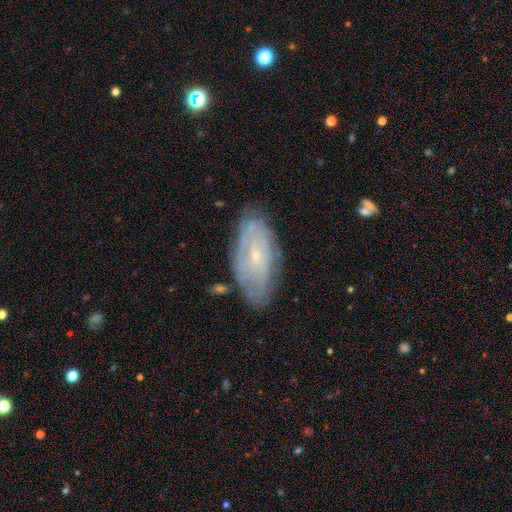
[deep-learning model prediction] Smooth or featured: featured or disk — 69% (smooth — 24%)
Edge-on disk: no — 91% (yes — 9%)
Bar: no — 68% (weak — 27%)
Spiral arms: yes — 81% (no — 19%)
Spiral winding: tight — 65% (medium — 26%)
Spiral arm count: can't tell — 57% (2 — 17%)
Bulge size: small — 81% (moderate — 14%)
Merging: none — 76% (minor disturbance — 17%)